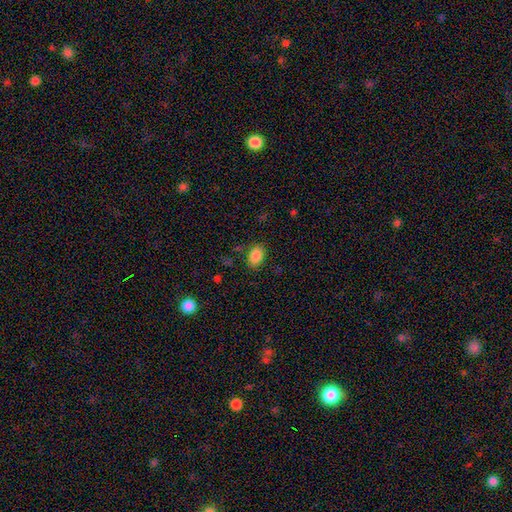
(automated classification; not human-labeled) Morphology: type=smooth (87%); roundness=in between (85%); merging=none (81%).